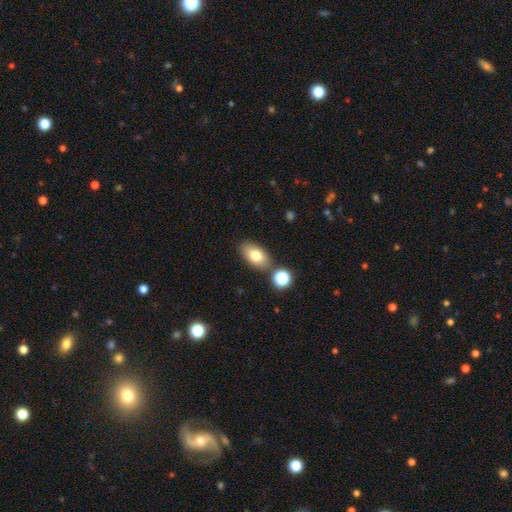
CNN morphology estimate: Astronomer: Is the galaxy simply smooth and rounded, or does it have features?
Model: smooth — 78%.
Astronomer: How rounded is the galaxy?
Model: in between — 90%.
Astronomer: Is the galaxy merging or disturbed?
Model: none — 76%.